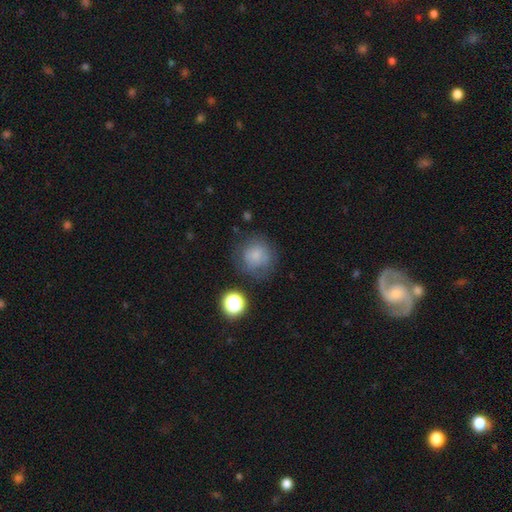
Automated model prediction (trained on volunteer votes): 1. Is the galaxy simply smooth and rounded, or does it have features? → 74% smooth, 14% featured or disk, 13% star or artifact.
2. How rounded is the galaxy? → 89% round, 10% in between, 1% cigar-shaped.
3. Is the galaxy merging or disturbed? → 68% none, 19% minor disturbance, 10% major disturbance, 3% merger.